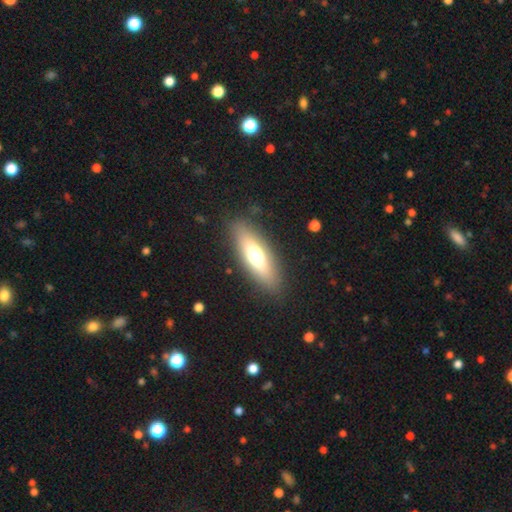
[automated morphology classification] Smooth or featured: smooth — 59% (featured or disk — 33%)
How rounded: in between — 58% (cigar-shaped — 39%)
Merging: none — 86% (minor disturbance — 9%)